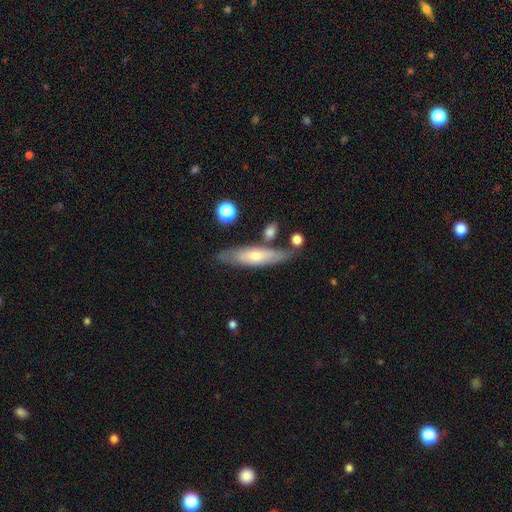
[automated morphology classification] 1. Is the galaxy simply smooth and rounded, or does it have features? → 53% featured or disk, 38% smooth, 9% star or artifact.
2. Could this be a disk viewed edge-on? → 72% yes, 28% no.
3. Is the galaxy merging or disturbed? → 76% none, 14% minor disturbance, 6% merger, 4% major disturbance.